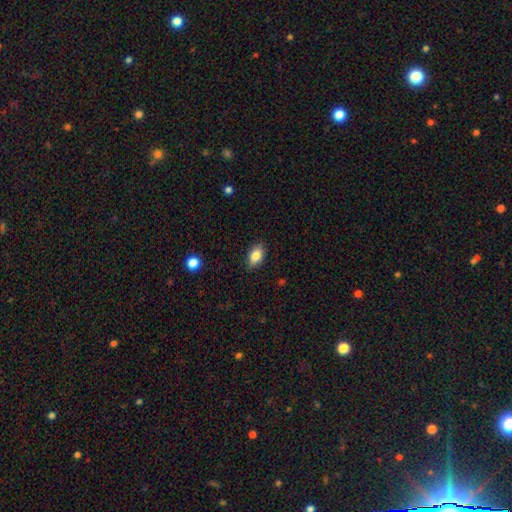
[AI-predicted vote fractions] smooth 80%, featured or disk 12%, star or artifact 8%. Down the decision tree: how rounded — in between (86%); merging — none (85%).